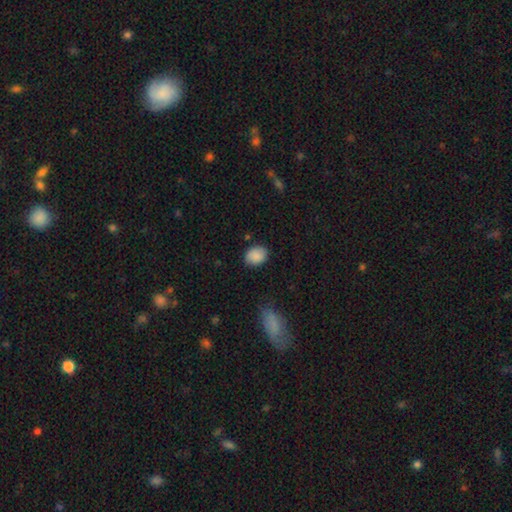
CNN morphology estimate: smooth-or-featured: smooth: 87% | star or artifact: 8% | featured or disk: 5%
  how-rounded: in between: 53% | round: 46% | cigar-shaped: 1%
  merging: none: 82% | minor disturbance: 14% | major disturbance: 3% | merger: 2%